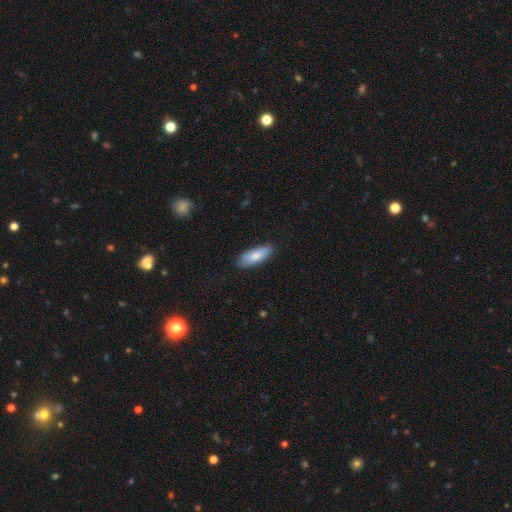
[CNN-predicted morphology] type=smooth (80%); roundness=in between (70%); merging=none (83%).